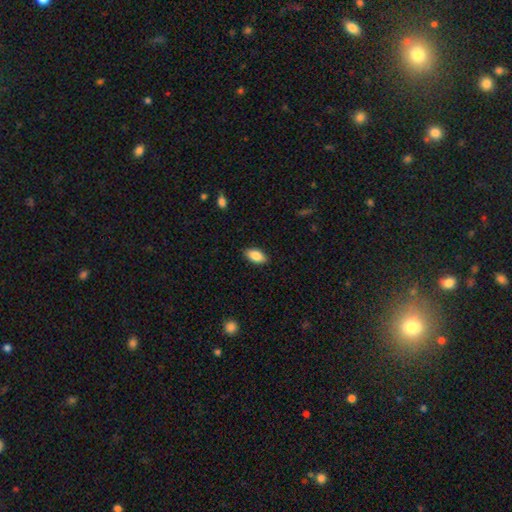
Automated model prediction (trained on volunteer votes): A smooth galaxy with no disk features (87%) that is in between round and cigar-shaped (92%). Merging: none (88%).